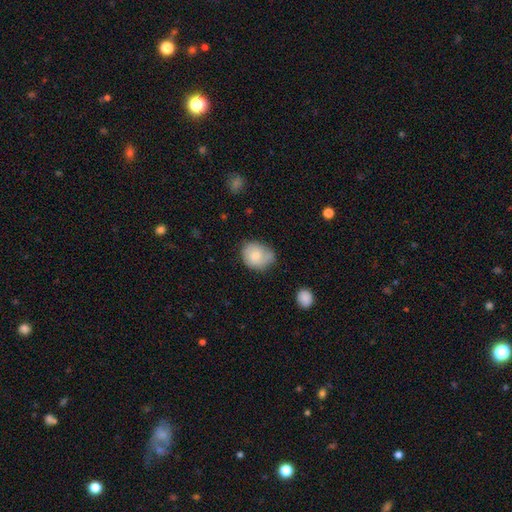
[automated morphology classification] smooth-or-featured: smooth: 66% | featured or disk: 27% | star or artifact: 7%
  how-rounded: round: 55% | in between: 44% | cigar-shaped: 1%
  merging: none: 53% | minor disturbance: 34% | major disturbance: 9% | merger: 4%